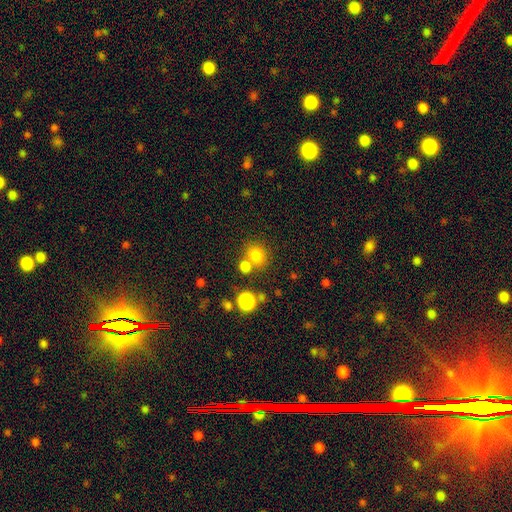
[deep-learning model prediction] Morphology: type=smooth (78%); roundness=round (79%); merging=none (63%).